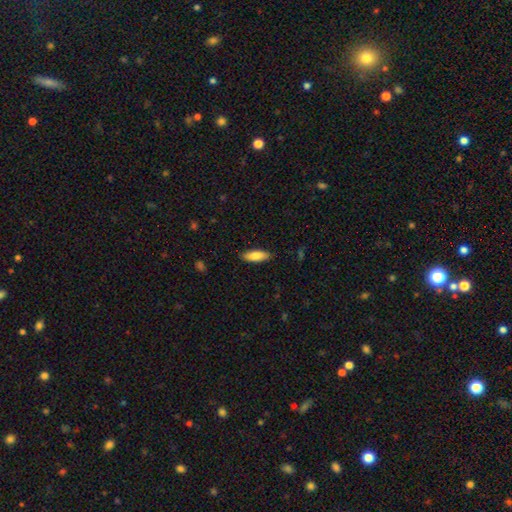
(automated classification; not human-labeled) A smooth galaxy with no disk features (84%) that is in between round and cigar-shaped (67%).

Vote fractions:
- Smooth or featured? smooth: 84% / featured or disk: 10% / star or artifact: 6%
- How rounded? in between: 67% / cigar-shaped: 32% / round: 2%
- Merging? none: 87% / minor disturbance: 10% / major disturbance: 2% / merger: 1%